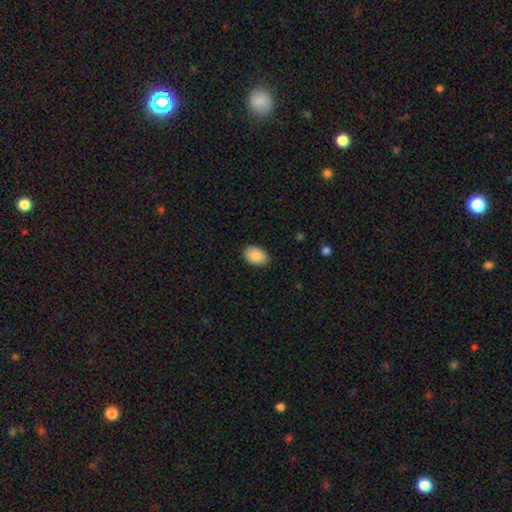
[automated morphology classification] The model was most divided on "how rounded": in between: 86%, round: 13%, cigar-shaped: 1%. More confident: smooth or featured — smooth (89%); merging — none (85%).